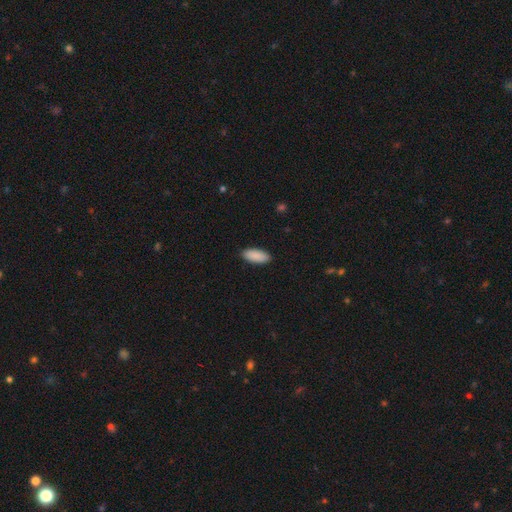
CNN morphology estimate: Smooth or featured? Predicted: smooth (p=0.91). How rounded? Predicted: in between (p=0.86). Merging? Predicted: none (p=0.90).